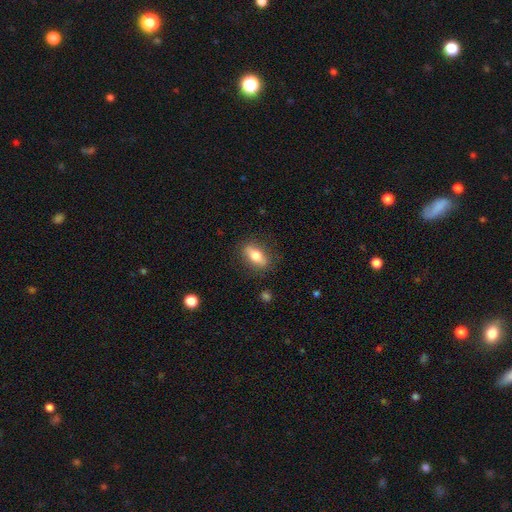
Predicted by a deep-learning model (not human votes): Smooth or featured? smooth (63%)
How rounded? in between (68%)
Merging? none (83%)